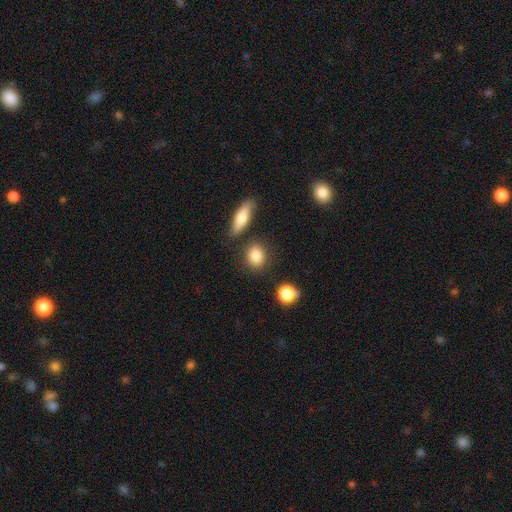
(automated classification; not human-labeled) Smooth or featured? smooth (85%)
How rounded? round (53%)
Merging? none (80%)